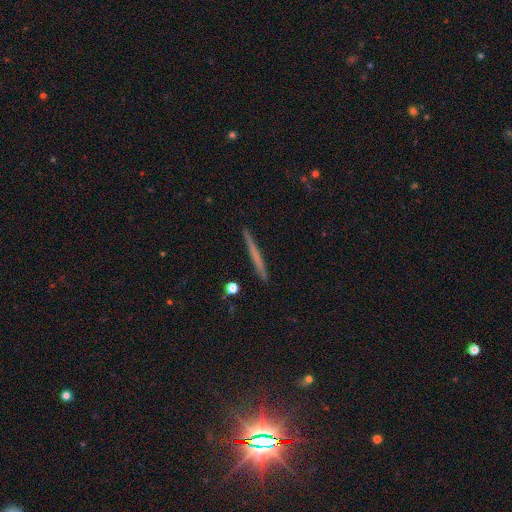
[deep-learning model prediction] Smooth or featured: smooth — 49% (featured or disk — 44%)
Merging: none — 92% (minor disturbance — 6%)